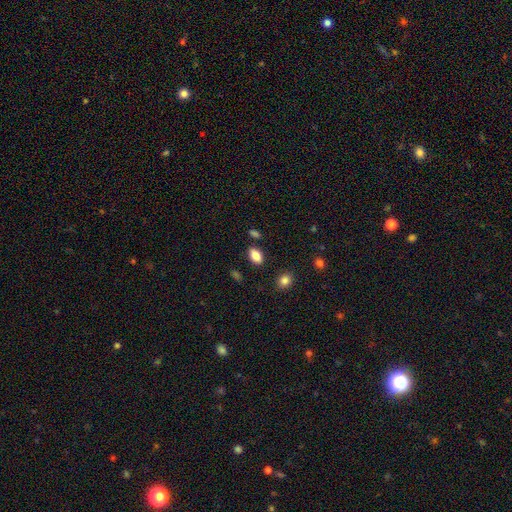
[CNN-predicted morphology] Overall: smooth (85%). How rounded: in between (90%). Merging: none (85%).